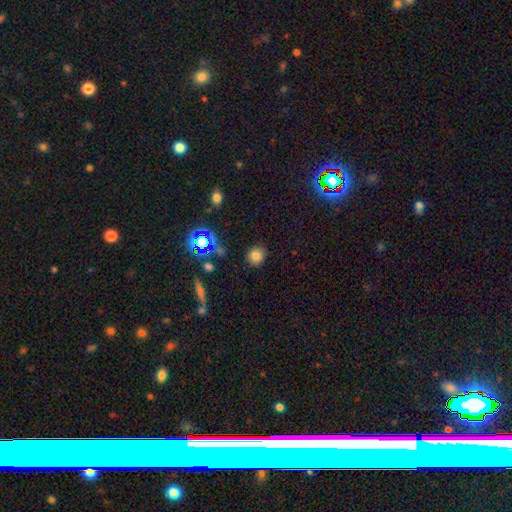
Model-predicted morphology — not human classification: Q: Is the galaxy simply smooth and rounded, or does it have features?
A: smooth — 77%.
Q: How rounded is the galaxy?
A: round — 80%.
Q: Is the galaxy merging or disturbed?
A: none — 86%.